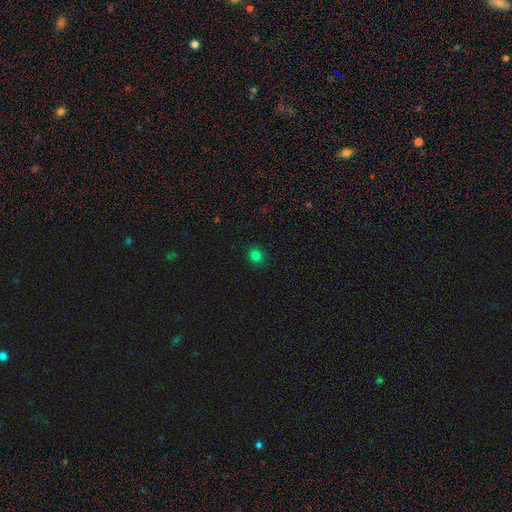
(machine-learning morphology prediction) The model was most divided on "how rounded": round: 74%, in between: 25%, cigar-shaped: 1%. More confident: merging — none (89%); smooth or featured — smooth (79%).